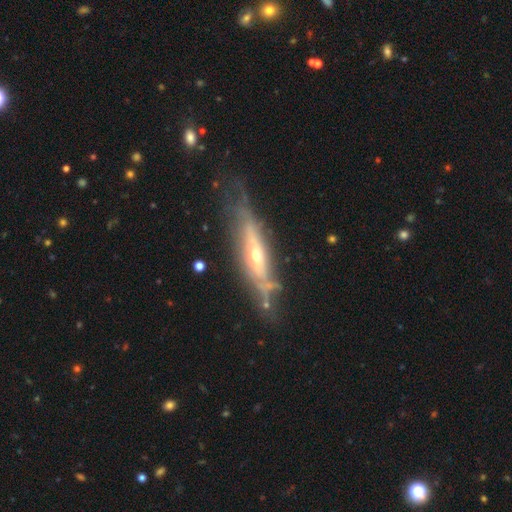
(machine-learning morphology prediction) featured or disk 77%, smooth 17%, star or artifact 6%. Down the decision tree: edge-on disk — yes (54%); merging — none (58%).